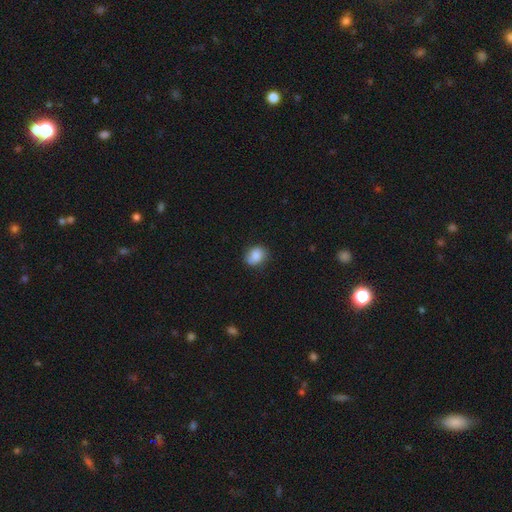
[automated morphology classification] This is likely a smooth galaxy (78%). How rounded: possibly round (53%). Merging: likely none (70%).